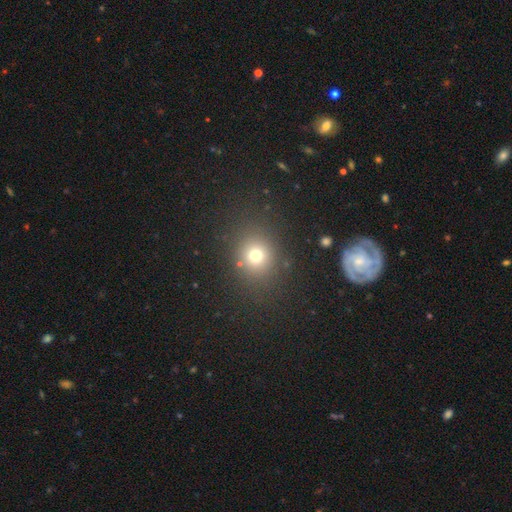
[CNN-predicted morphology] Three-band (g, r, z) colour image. It shows a smooth galaxy with no disk features (72%) that is round (76%). Merging: none (83%).